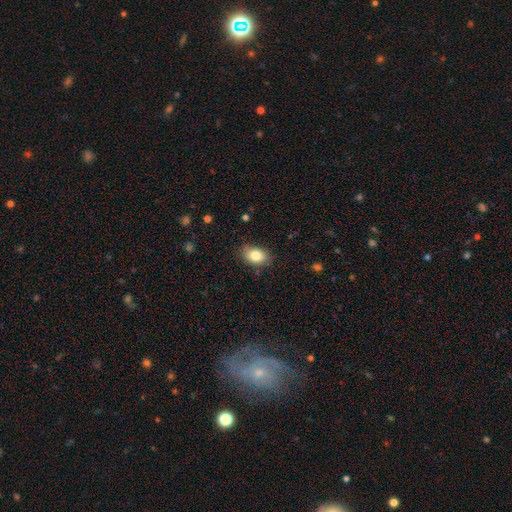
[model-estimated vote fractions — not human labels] A smooth galaxy with no disk features (83%) that is in between round and cigar-shaped (84%).

Vote fractions:
- Smooth or featured? smooth: 83% / featured or disk: 9% / star or artifact: 8%
- How rounded? in between: 84% / round: 15% / cigar-shaped: 1%
- Merging? none: 81% / minor disturbance: 15% / major disturbance: 3% / merger: 1%